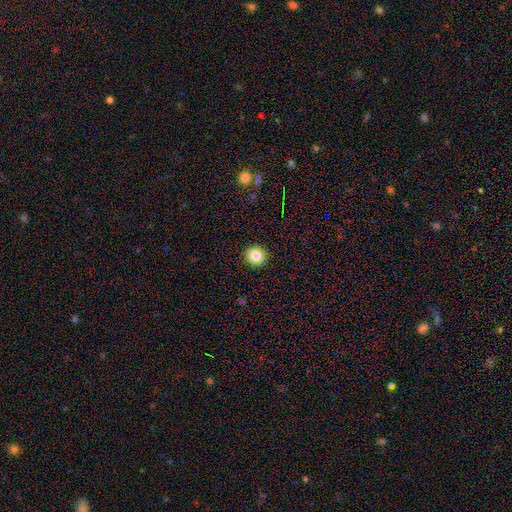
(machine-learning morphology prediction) This appears to be a smooth galaxy with no disk features (84%) that is round (89%). Merging: none (92%).